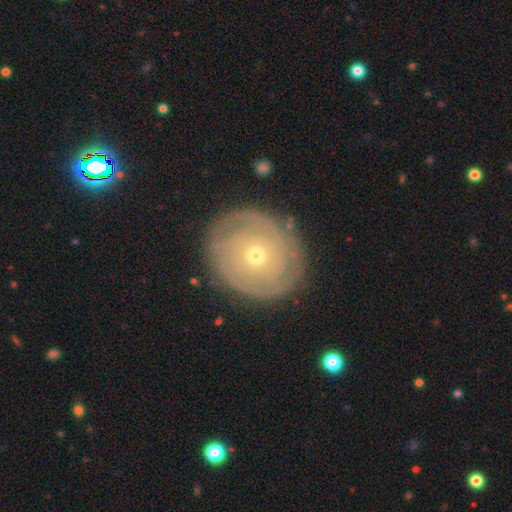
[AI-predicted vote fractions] smooth_or_featured: featured or disk (p=0.72) [alt: smooth p=0.22]
disk_edge_on: no (p=0.96) [alt: yes p=0.04]
bar: no (p=0.85) [alt: weak p=0.11]
has_spiral_arms: yes (p=0.75) [alt: no p=0.25]
spiral_winding: tight (p=0.82) [alt: medium p=0.13]
spiral_arm_count: can't tell (p=0.45) [alt: 2 p=0.25]
bulge_size: small (p=0.68) [alt: moderate p=0.29]
merging: none (p=0.83) [alt: minor disturbance p=0.11]